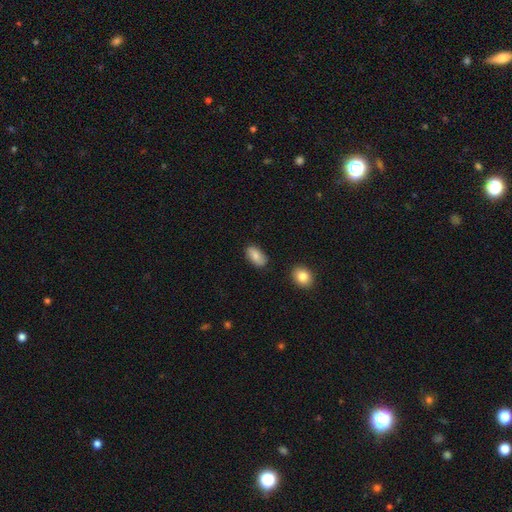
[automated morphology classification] type=smooth (84%); roundness=in between (93%); merging=none (83%).